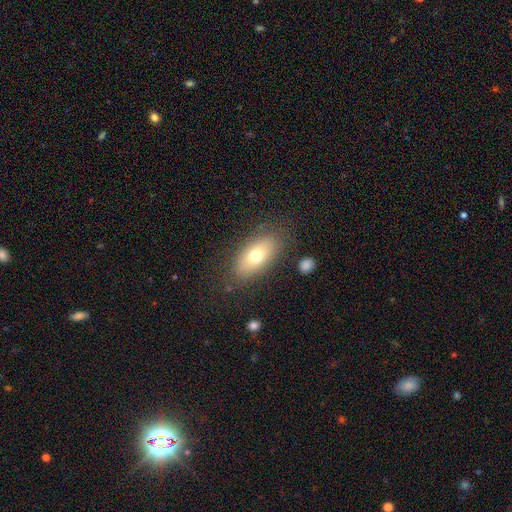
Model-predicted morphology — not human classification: smooth-or-featured: smooth: 71% | featured or disk: 20% | star or artifact: 8%
  how-rounded: in between: 88% | cigar-shaped: 7% | round: 5%
  merging: none: 80% | minor disturbance: 13% | major disturbance: 5% | merger: 2%